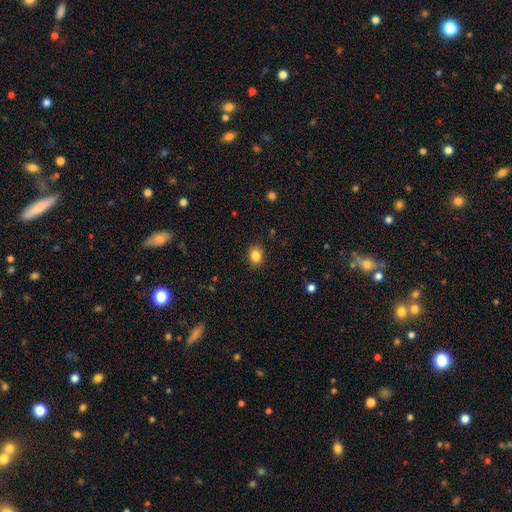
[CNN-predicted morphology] This is clearly a smooth galaxy (84%). How rounded: likely round (61%). Merging: clearly none (89%).